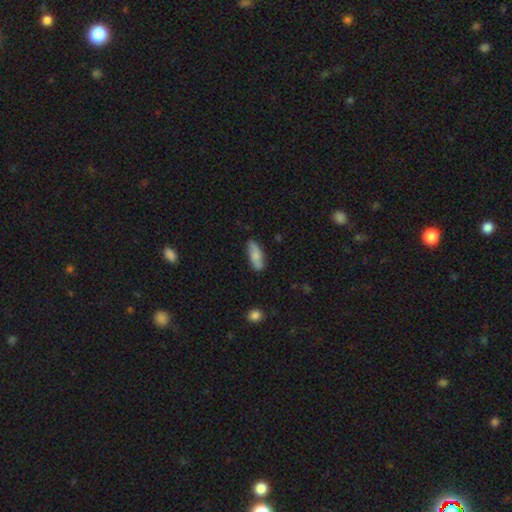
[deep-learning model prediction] Smooth or featured? Predicted: smooth (p=0.77). How rounded? Predicted: in between (p=0.68). Merging? Predicted: none (p=0.77).